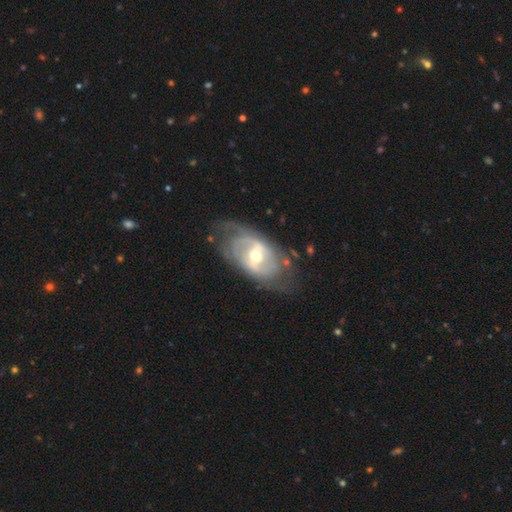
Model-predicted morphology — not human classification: smooth-or-featured: featured or disk: 80% | smooth: 14% | star or artifact: 6%
  disk-edge-on: no: 94% | yes: 6%
    bar: weak: 47% | strong: 31% | no: 22%
    has-spiral-arms: yes: 83% | no: 17%
      spiral-winding: tight: 45% | medium: 37% | loose: 18%
      spiral-arm-count: 2: 55% | can't tell: 29% | 3: 7% | 1: 4% | 4: 3% | more than 4: 2%
    bulge-size: moderate: 61% | small: 32% | large: 5% | none: 1% | dominant: 1%
  merging: none: 66% | minor disturbance: 21% | major disturbance: 11% | merger: 2%